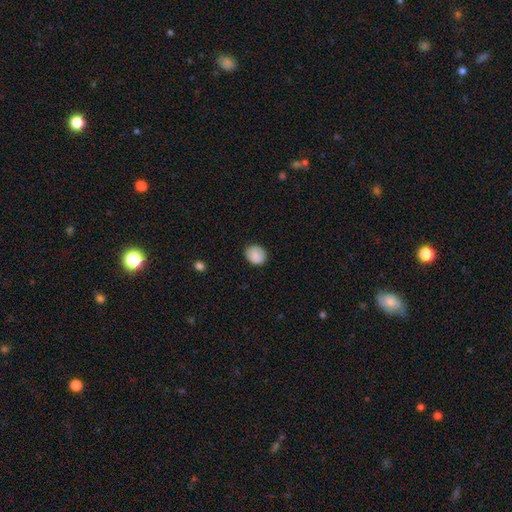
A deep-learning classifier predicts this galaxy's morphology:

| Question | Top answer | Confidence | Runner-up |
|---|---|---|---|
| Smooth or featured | smooth | 87% | star or artifact (8%) |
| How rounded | round | 68% | in between (31%) |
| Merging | none | 84% | minor disturbance (12%) |